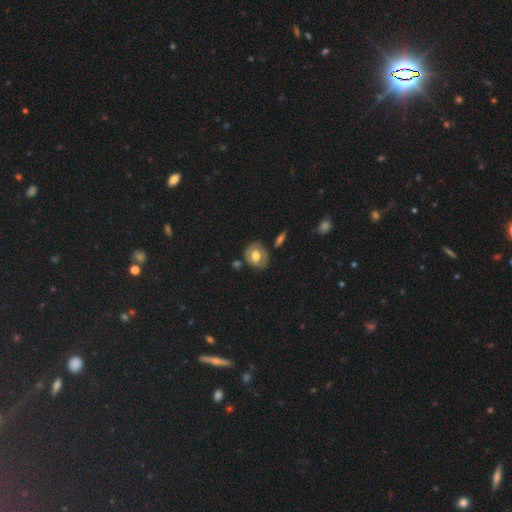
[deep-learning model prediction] This appears to be a smooth galaxy with no disk features (57%) that is round (60%). Merging: none (70%).